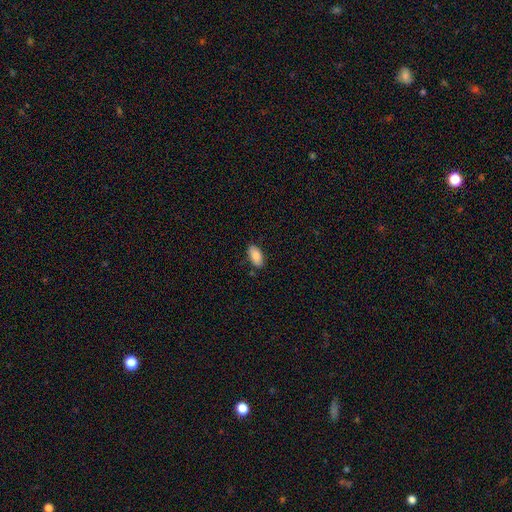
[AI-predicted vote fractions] A smooth galaxy with no disk features (87%) that is in between round and cigar-shaped (94%).

Vote fractions:
- Smooth or featured? smooth: 87% / featured or disk: 7% / star or artifact: 7%
- How rounded? in between: 94% / cigar-shaped: 4% / round: 3%
- Merging? none: 84% / minor disturbance: 12% / major disturbance: 2% / merger: 2%